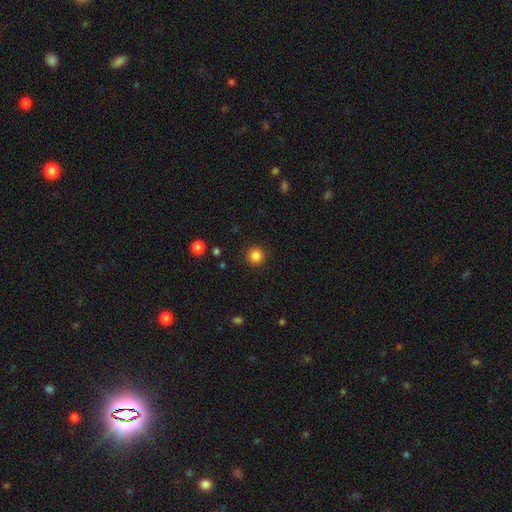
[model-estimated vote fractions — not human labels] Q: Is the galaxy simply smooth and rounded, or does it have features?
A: smooth — 85%.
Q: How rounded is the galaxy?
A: round — 95%.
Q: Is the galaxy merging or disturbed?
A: none — 92%.